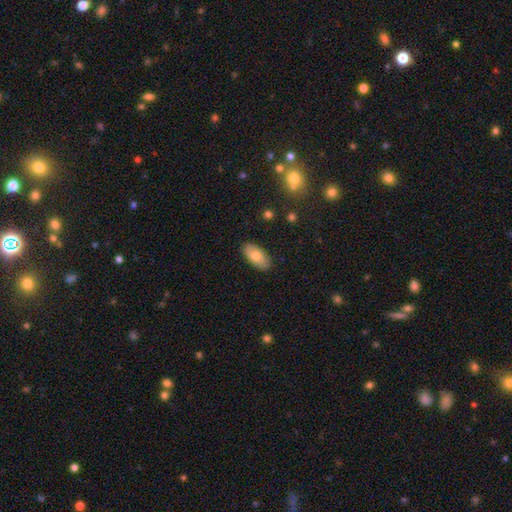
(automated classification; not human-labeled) smooth_or_featured: smooth (p=0.73) [alt: featured or disk p=0.21]
how_rounded: in between (p=0.93) [alt: cigar-shaped p=0.04]
merging: none (p=0.87) [alt: minor disturbance p=0.10]